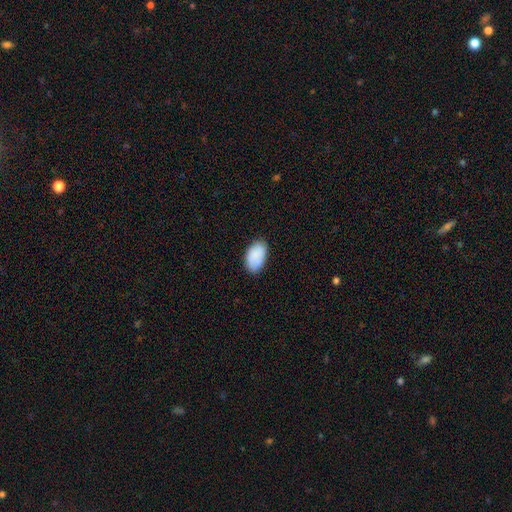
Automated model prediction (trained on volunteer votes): Q: Smooth or featured?
A: smooth (86%); runner-up: featured or disk (7%)
Q: How rounded?
A: in between (94%); runner-up: round (5%)
Q: Merging?
A: none (78%); runner-up: minor disturbance (17%)